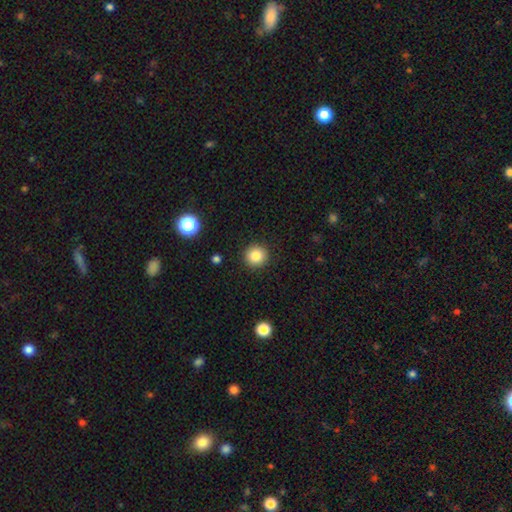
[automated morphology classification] Overall: smooth (83%). How rounded: round (95%). Merging: none (92%).